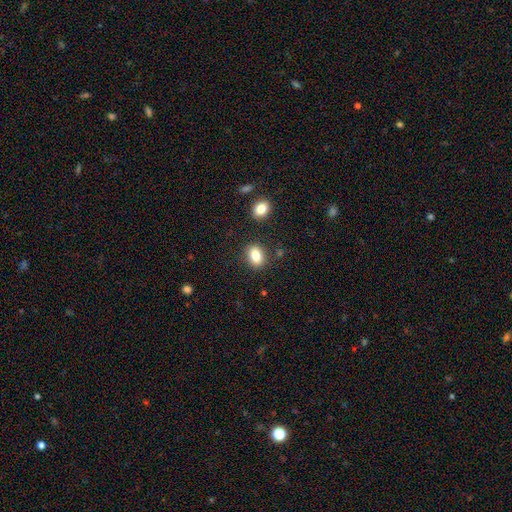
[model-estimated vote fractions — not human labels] Smooth or featured?
  - smooth: 82% *
  - star or artifact: 9%
  - featured or disk: 9%
How rounded?
  - in between: 73% *
  - round: 25%
  - cigar-shaped: 2%
Merging?
  - none: 84% *
  - minor disturbance: 9%
  - merger: 4%
  - major disturbance: 3%